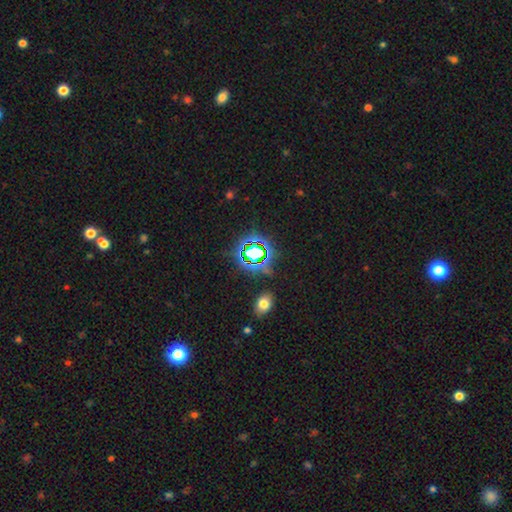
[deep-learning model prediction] Overall: star or artifact (74%).